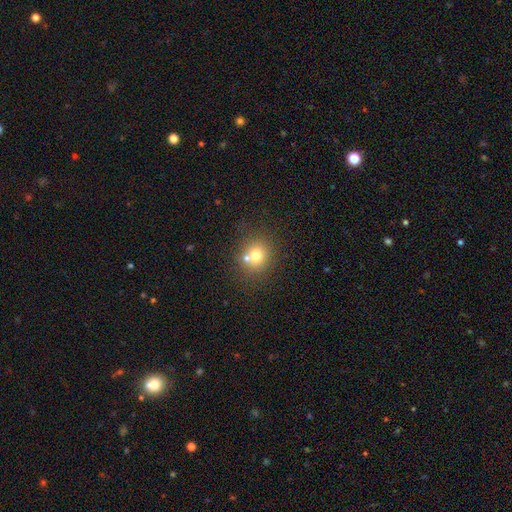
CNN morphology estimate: A smooth galaxy with no disk features (71%) that is round (84%). Merging: none (62%).